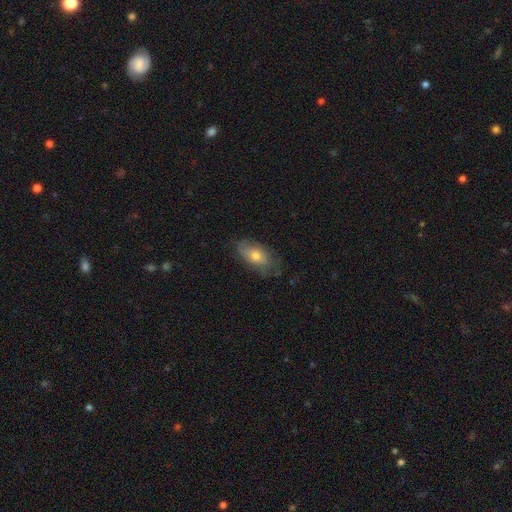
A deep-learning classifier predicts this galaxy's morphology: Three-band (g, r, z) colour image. It shows a smooth galaxy with no disk features (62%) that is in between round and cigar-shaped (89%). Merging: none (63%).